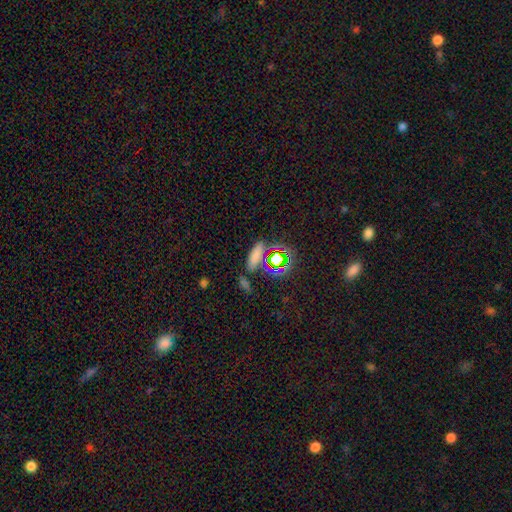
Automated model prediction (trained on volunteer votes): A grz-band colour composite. It shows a smooth galaxy with no disk features (67%) that is in between round and cigar-shaped (56%). Merging: none (73%).